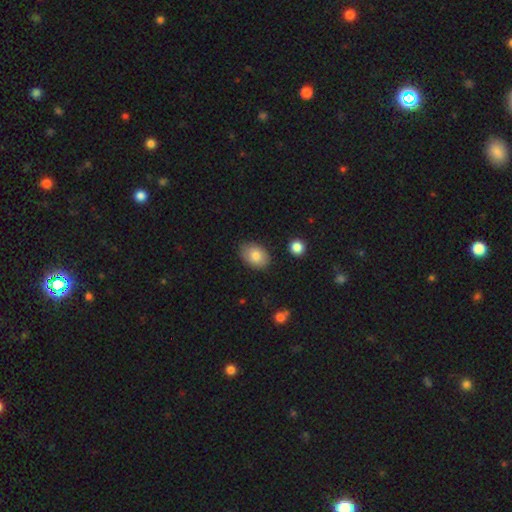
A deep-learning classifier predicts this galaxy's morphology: smooth-or-featured: smooth: 82% | featured or disk: 11% | star or artifact: 7%
  how-rounded: in between: 83% | round: 16% | cigar-shaped: 1%
  merging: none: 80% | minor disturbance: 15% | major disturbance: 3% | merger: 2%